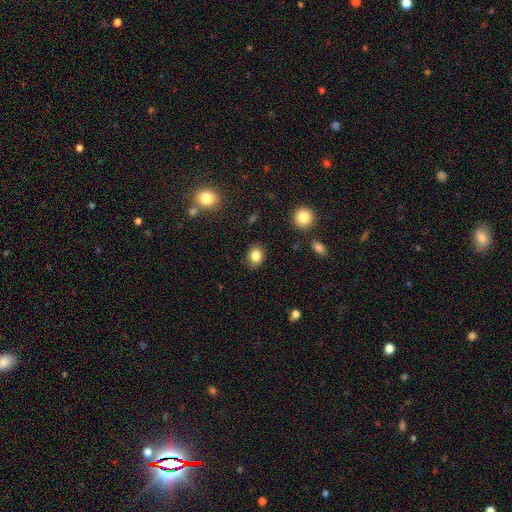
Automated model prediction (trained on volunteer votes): Morphology: type=smooth (84%); roundness=round (54%); merging=none (88%).